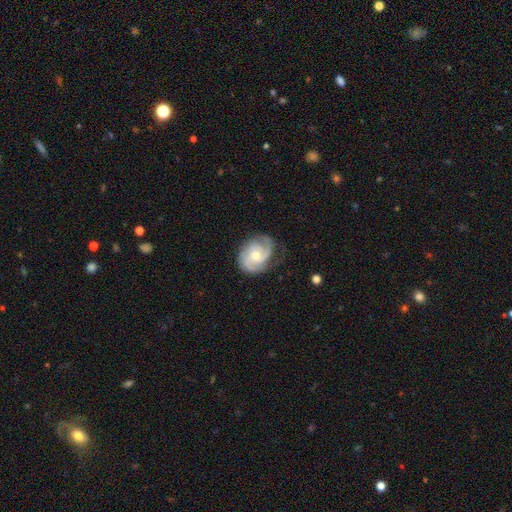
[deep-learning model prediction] The model was most divided on "spiral winding": medium: 45%, tight: 40%, loose: 15%. Remaining: edge-on disk — no (98%); spiral arms — yes (96%); smooth or featured — featured or disk (81%); merging — none (67%); bar — no (63%); bulge size — moderate (52%); spiral arm count — 2 (46%).